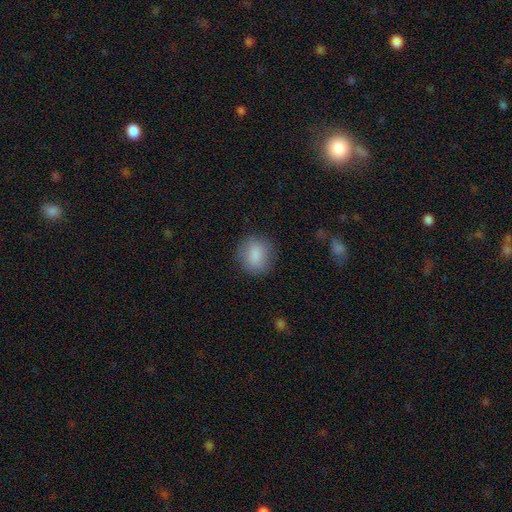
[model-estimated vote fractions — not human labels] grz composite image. It shows a smooth galaxy with no disk features (85%) that is round (71%). Merging: none (83%).